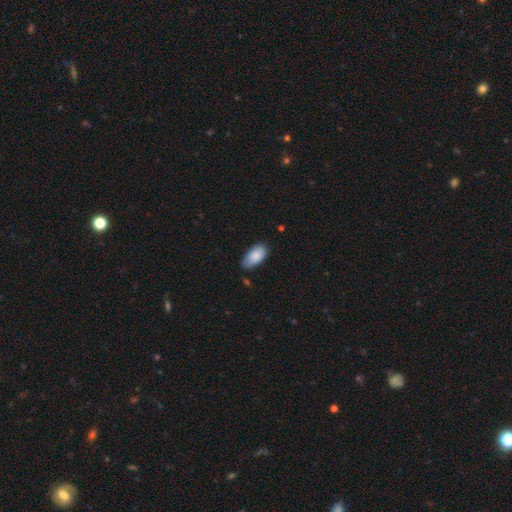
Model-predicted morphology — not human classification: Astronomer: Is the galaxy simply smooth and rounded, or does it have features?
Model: smooth — 86%.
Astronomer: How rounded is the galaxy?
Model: in between — 94%.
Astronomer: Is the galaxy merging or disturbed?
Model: none — 67%.